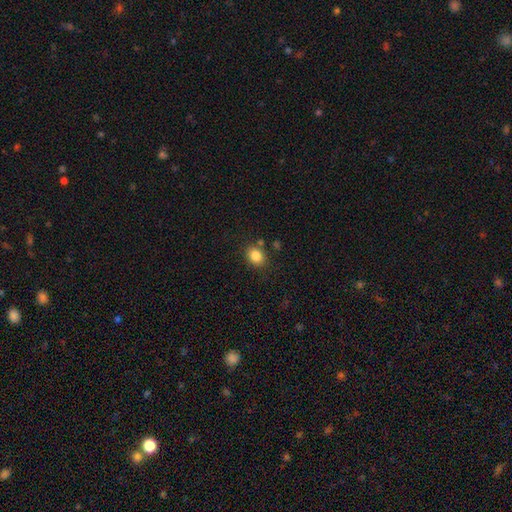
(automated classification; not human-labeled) A smooth galaxy with no disk features (84%) that is round (51%).

Vote fractions:
- Smooth or featured? smooth: 84% / star or artifact: 10% / featured or disk: 6%
- How rounded? round: 51% / in between: 48% / cigar-shaped: 1%
- Merging? none: 80% / minor disturbance: 11% / merger: 6% / major disturbance: 3%